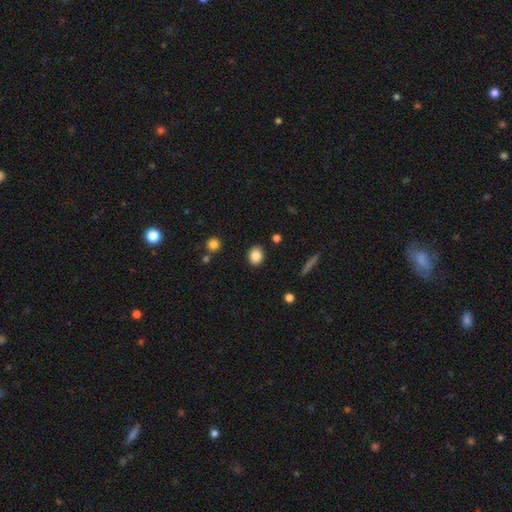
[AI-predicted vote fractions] Smooth or featured: smooth — 85% (star or artifact — 9%)
How rounded: round — 52% (in between — 46%)
Merging: none — 89% (minor disturbance — 7%)